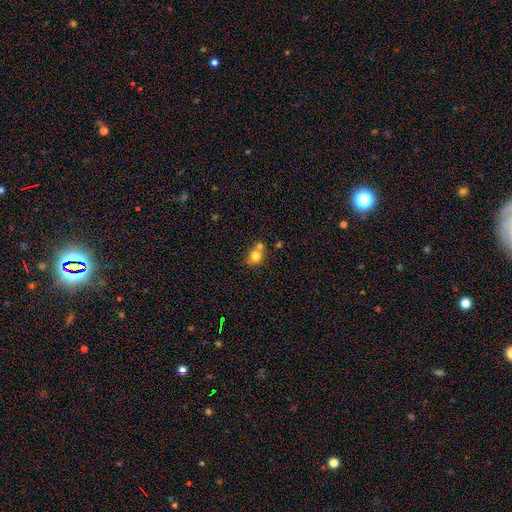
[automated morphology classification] Overall: smooth (77%). How rounded: round (73%). Merging: merger (45%; none 41%).